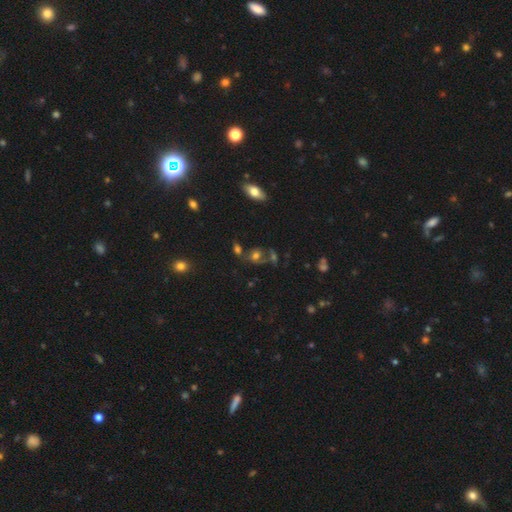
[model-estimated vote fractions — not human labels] A smooth galaxy with no disk features (57%) that is in between round and cigar-shaped (51%).

Vote fractions:
- Smooth or featured? smooth: 57% / featured or disk: 23% / star or artifact: 19%
- How rounded? in between: 51% / round: 47% / cigar-shaped: 2%
- Merging? none: 43% / merger: 29% / minor disturbance: 15% / major disturbance: 13%